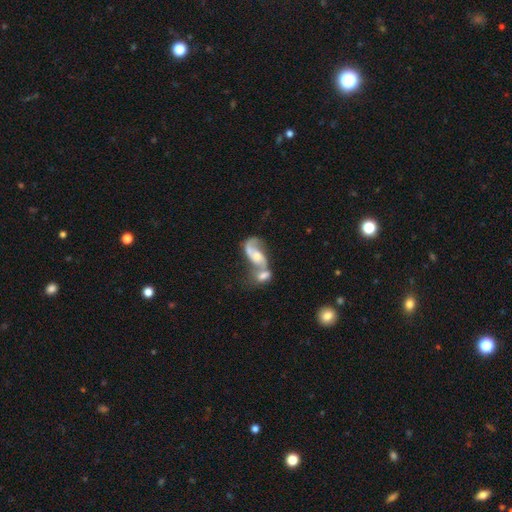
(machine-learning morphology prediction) Smooth or featured?
  - featured or disk: 77% *
  - smooth: 17%
  - star or artifact: 6%
Edge-on disk?
  - no: 96% *
  - yes: 4%
Bar?
  - no: 52% *
  - weak: 36%
  - strong: 12%
Spiral arms?
  - yes: 91% *
  - no: 9%
Spiral winding?
  - loose: 61% *
  - medium: 31%
  - tight: 8%
Spiral arm count?
  - 2: 79% *
  - 1: 13%
  - can't tell: 5%
  - 3: 1%
  - 4: 1%
  - more than 4: 1%
Bulge size?
  - moderate: 42% *
  - small: 31%
  - none: 14%
  - large: 10%
  - dominant: 2%
Merging?
  - merger: 69% *
  - none: 15%
  - major disturbance: 9%
  - minor disturbance: 7%